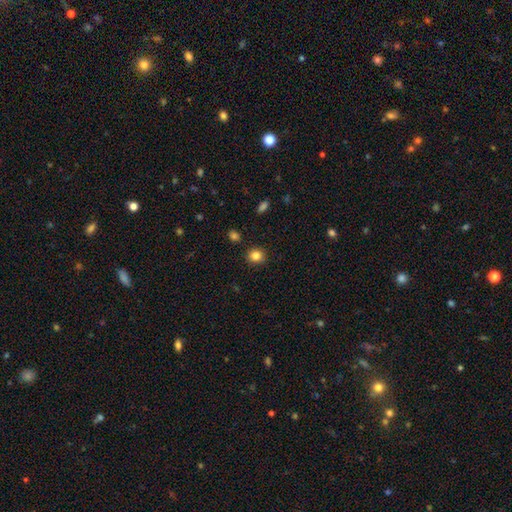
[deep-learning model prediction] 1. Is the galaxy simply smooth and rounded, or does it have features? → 84% smooth, 11% star or artifact, 5% featured or disk.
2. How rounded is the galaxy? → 84% round, 16% in between, 1% cigar-shaped.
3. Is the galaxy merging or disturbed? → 89% none, 7% minor disturbance, 2% major disturbance, 2% merger.